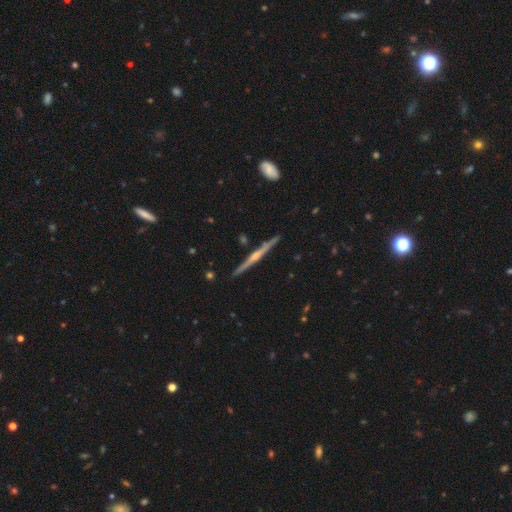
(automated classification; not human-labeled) This appears to be a featured or disk galaxy (78%) viewed edge-on (98%) with a rounded central bulge (72%). Merging: none (90%).